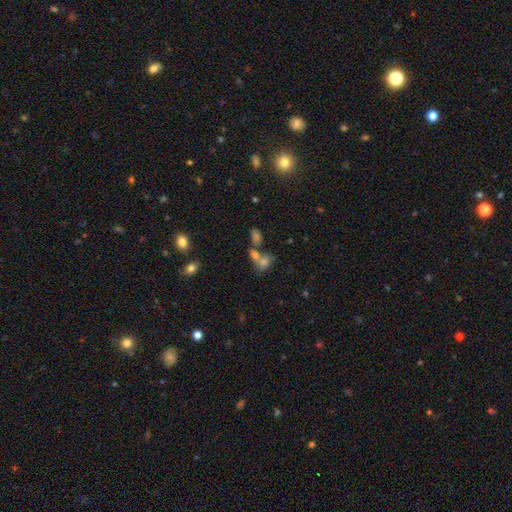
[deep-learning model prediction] This appears to be a smooth galaxy with no disk features (61%) that is in between round and cigar-shaped (61%). Merging: merger (52%).